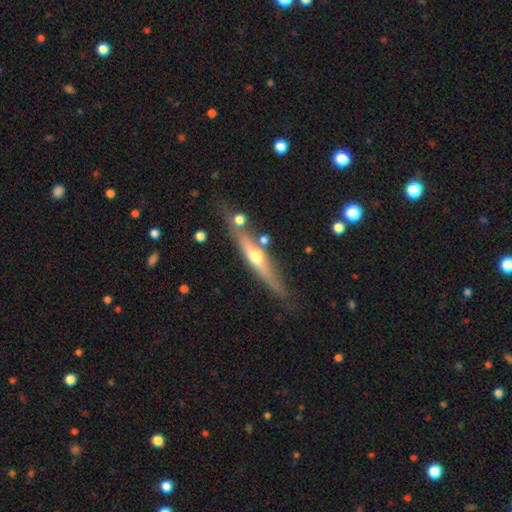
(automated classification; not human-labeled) The model was most divided on "smooth or featured": featured or disk: 64%, smooth: 30%, star or artifact: 6%. More confident: edge-on disk — yes (92%); edge-on bulge — rounded (89%); merging — none (71%).